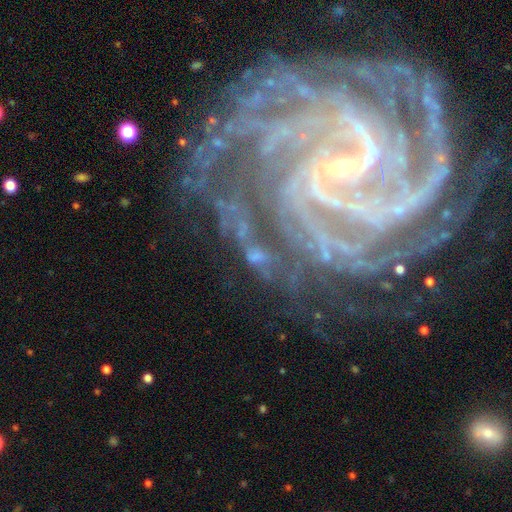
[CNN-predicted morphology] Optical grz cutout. It shows a featured or disk galaxy (71%) with a strong bar (37%), tight (56%) spiral arms (92%) and a small central bulge (57%). Merging: none (53%).